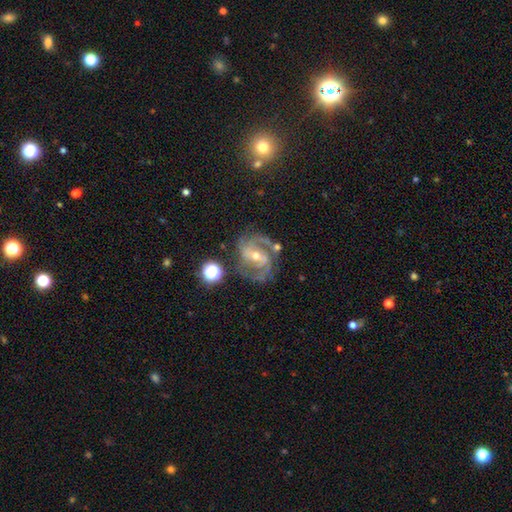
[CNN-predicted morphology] Smooth or featured? featured or disk (87%)
Edge-on disk? no (97%)
Bar? weak (42%)
Spiral arms? yes (97%)
Spiral winding? medium (54%)
Spiral arm count? 2 (59%)
Bulge size? moderate (49%)
Merging? none (66%)